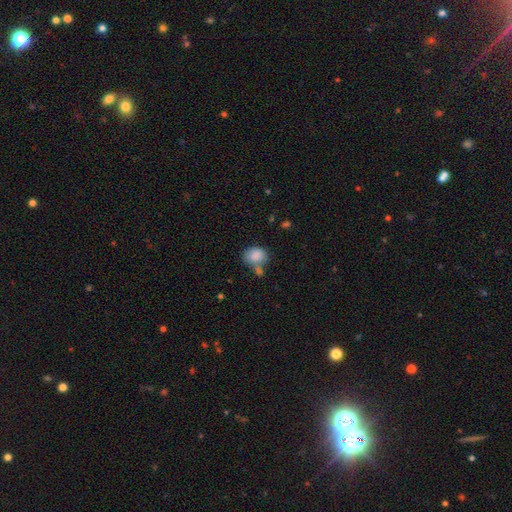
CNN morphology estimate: A smooth galaxy with no disk features (83%) that is in between round and cigar-shaped (60%).

Vote fractions:
- Smooth or featured? smooth: 83% / featured or disk: 8% / star or artifact: 8%
- How rounded? in between: 60% / round: 39% / cigar-shaped: 1%
- Merging? none: 42% / merger: 29% / minor disturbance: 21% / major disturbance: 9%